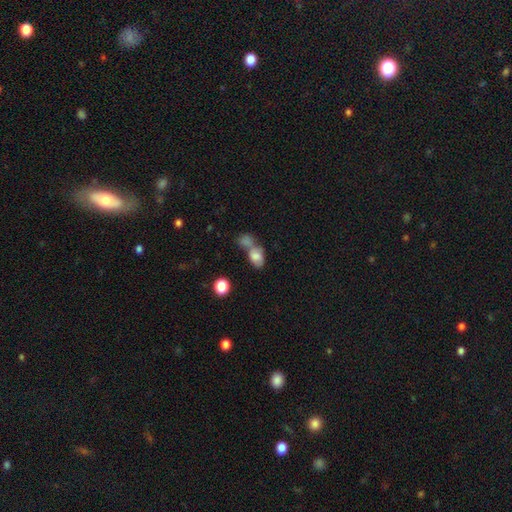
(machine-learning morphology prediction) Overall: smooth (76%). How rounded: in between (78%). Merging: merger (59%; none 23%).